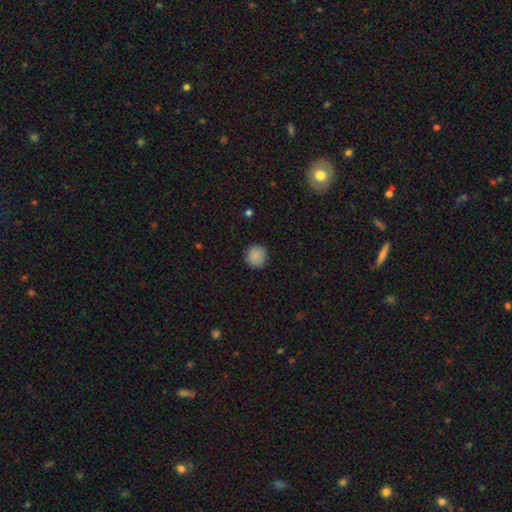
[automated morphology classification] Smooth or featured: smooth — 87% (star or artifact — 8%)
How rounded: round — 91% (in between — 8%)
Merging: none — 87% (minor disturbance — 10%)